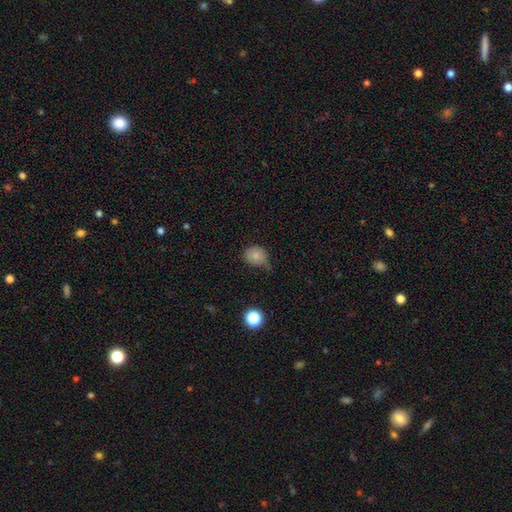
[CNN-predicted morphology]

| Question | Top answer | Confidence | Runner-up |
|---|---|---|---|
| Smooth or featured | smooth | 81% | star or artifact (12%) |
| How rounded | round | 71% | in between (28%) |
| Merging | none | 47% | minor disturbance (39%) |